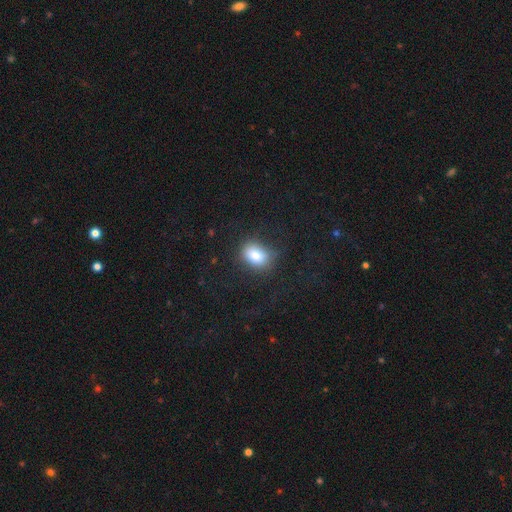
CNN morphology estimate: This is likely a smooth galaxy (79%). How rounded: likely in between (63%). Merging: likely none (73%).